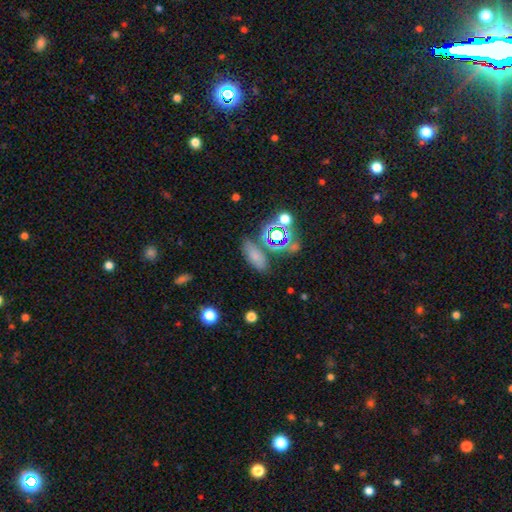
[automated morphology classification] smooth-or-featured: smooth: 63% | star or artifact: 24% | featured or disk: 13%
  how-rounded: in between: 77% | cigar-shaped: 12% | round: 11%
  merging: none: 67% | minor disturbance: 16% | merger: 10% | major disturbance: 7%